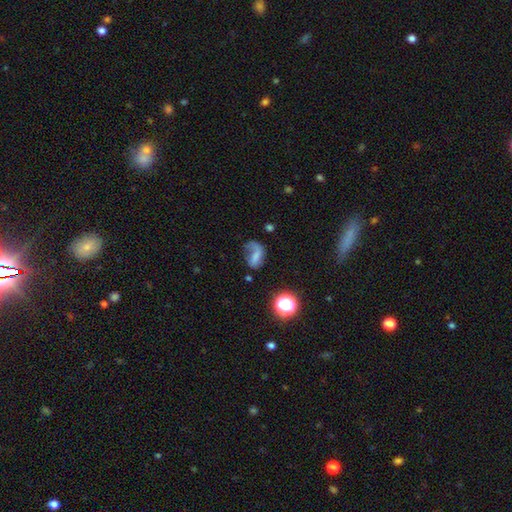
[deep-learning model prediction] smooth 43%, featured or disk 42%, star or artifact 14%. Down the decision tree: merging — major disturbance (39%).